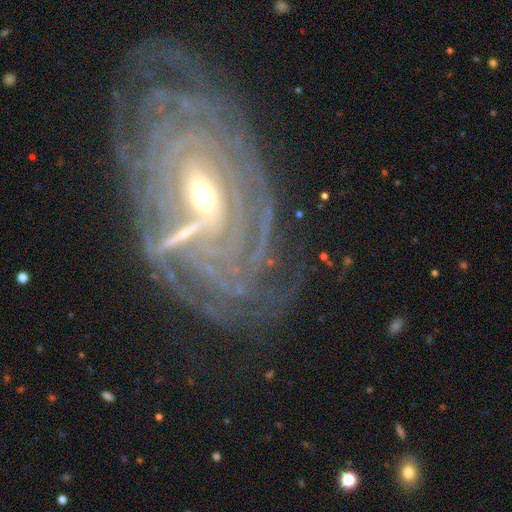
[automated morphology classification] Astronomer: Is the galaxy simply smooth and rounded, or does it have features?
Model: featured or disk — 87%.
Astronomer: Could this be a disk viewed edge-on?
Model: no — 94%.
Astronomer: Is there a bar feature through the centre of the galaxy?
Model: weak — 39% (runner-up: strong, 37%).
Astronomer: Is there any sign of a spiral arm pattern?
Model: yes — 94%.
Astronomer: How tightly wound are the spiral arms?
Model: tight — 80%.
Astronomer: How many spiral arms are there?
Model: can't tell — 29% (runner-up: more than 4, 28%).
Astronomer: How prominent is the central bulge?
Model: moderate — 52% (runner-up: small, 41%).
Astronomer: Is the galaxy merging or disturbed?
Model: none — 68%.